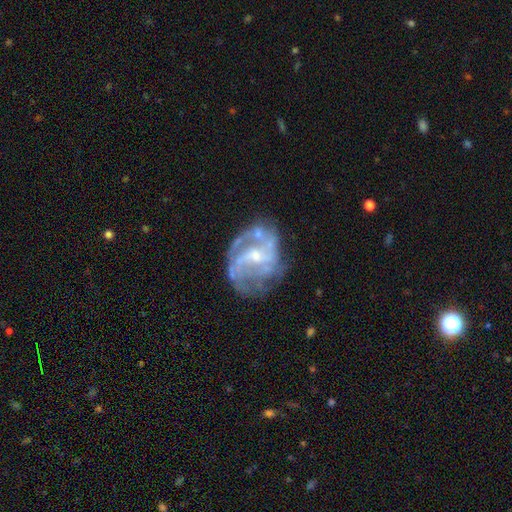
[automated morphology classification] Smooth or featured? Predicted: featured or disk (p=0.80). Edge-on disk? Predicted: no (p=0.98). Bar? Predicted: weak (p=0.50). Spiral arms? Predicted: yes (p=0.77). Spiral winding? Predicted: medium (p=0.44). Spiral arm count? Predicted: 2 (p=0.38). Bulge size? Predicted: small (p=0.53). Merging? Predicted: none (p=0.50).